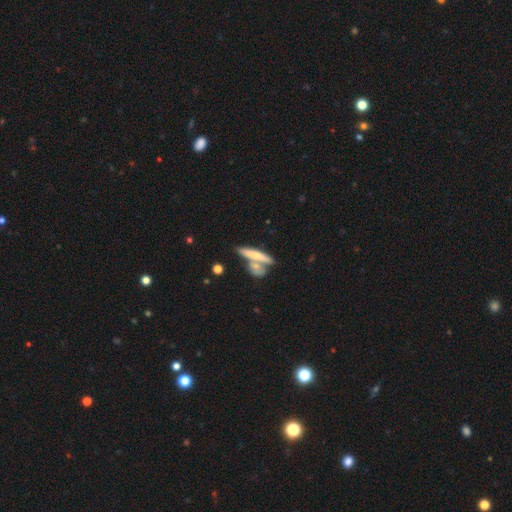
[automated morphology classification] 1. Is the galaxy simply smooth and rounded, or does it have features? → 55% smooth, 38% featured or disk, 7% star or artifact.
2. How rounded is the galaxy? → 77% cigar-shaped, 19% in between, 4% round.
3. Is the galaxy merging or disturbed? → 48% none, 37% merger, 11% minor disturbance, 4% major disturbance.